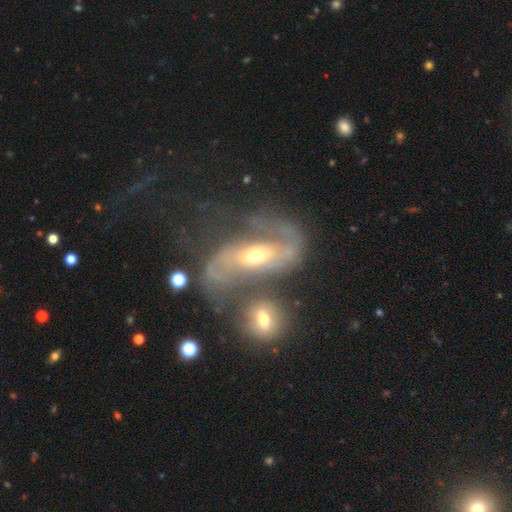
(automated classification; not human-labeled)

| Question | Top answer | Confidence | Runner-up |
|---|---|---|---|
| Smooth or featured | featured or disk | 78% | smooth (15%) |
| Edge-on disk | no | 95% | yes (5%) |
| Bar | no | 43% | weak (35%) |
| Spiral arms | yes | 86% | no (14%) |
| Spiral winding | loose | 45% | medium (39%) |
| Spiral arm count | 2 | 77% | can't tell (10%) |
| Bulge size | moderate | 52% | small (41%) |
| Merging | merger | 38% | none (26%) |